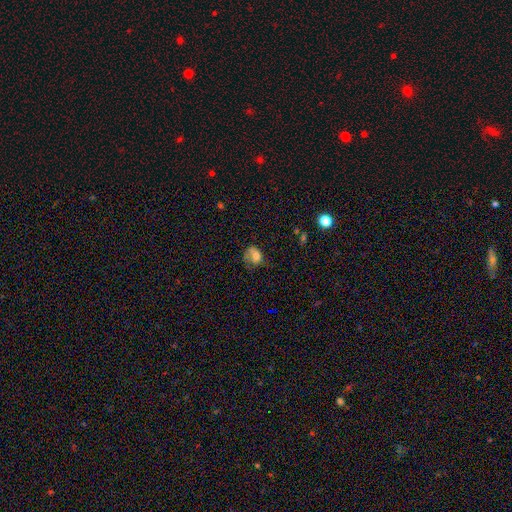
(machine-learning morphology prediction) smooth-or-featured: smooth: 64% | featured or disk: 24% | star or artifact: 12%
  how-rounded: in between: 59% | round: 40% | cigar-shaped: 1%
  merging: major disturbance: 38% | none: 30% | minor disturbance: 27% | merger: 5%